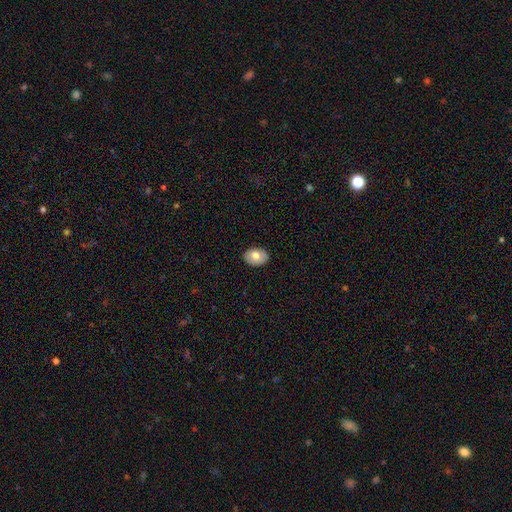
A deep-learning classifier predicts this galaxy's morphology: Overall: smooth (72%). How rounded: in between (77%). Merging: none (88%).